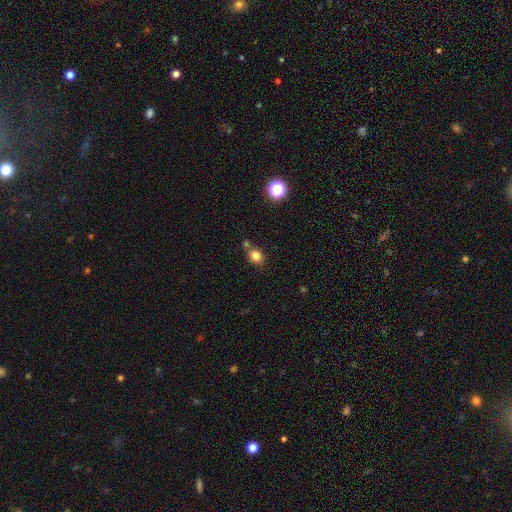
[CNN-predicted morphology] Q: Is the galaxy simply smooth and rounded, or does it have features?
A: smooth — 81%.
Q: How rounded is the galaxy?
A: round — 65%.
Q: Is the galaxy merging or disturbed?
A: none — 69%.